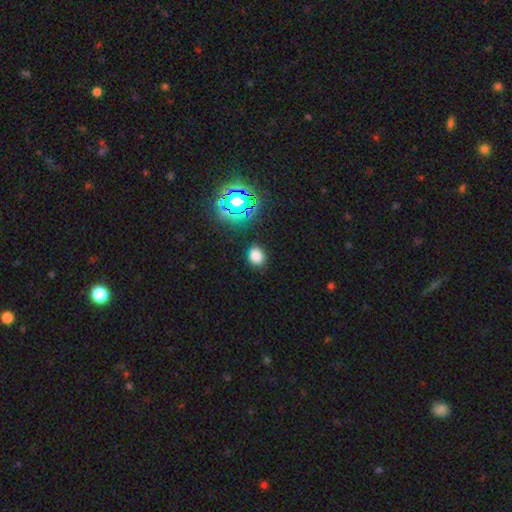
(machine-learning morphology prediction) smooth_or_featured: smooth (p=0.74) [alt: star or artifact p=0.20]
how_rounded: round (p=0.54) [alt: in between p=0.45]
merging: none (p=0.84) [alt: minor disturbance p=0.11]